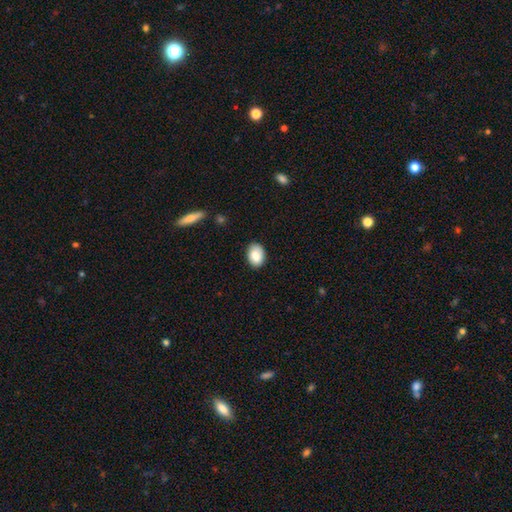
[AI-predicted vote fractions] Smooth or featured? smooth (85%)
How rounded? in between (79%)
Merging? none (83%)